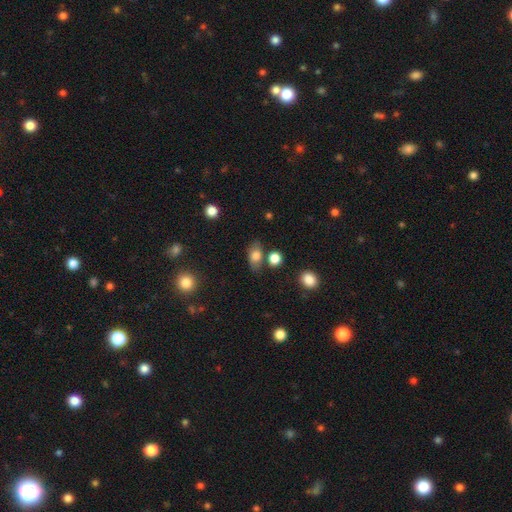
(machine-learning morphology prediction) Q: Smooth or featured?
A: smooth (76%); runner-up: featured or disk (14%)
Q: How rounded?
A: in between (80%); runner-up: round (16%)
Q: Merging?
A: none (70%); runner-up: minor disturbance (16%)